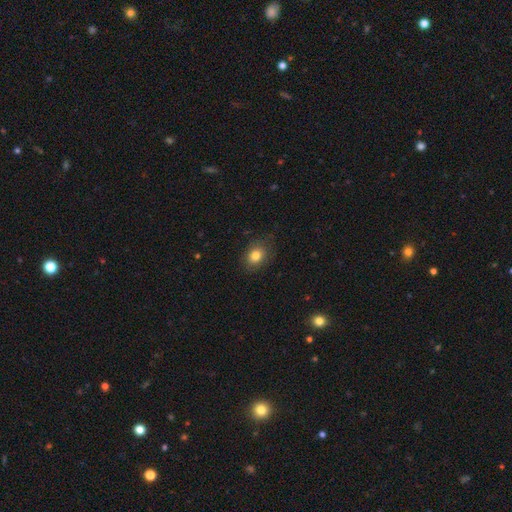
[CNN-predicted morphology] This is clearly a smooth galaxy (81%). How rounded: possibly in between (56%). Merging: clearly none (82%).